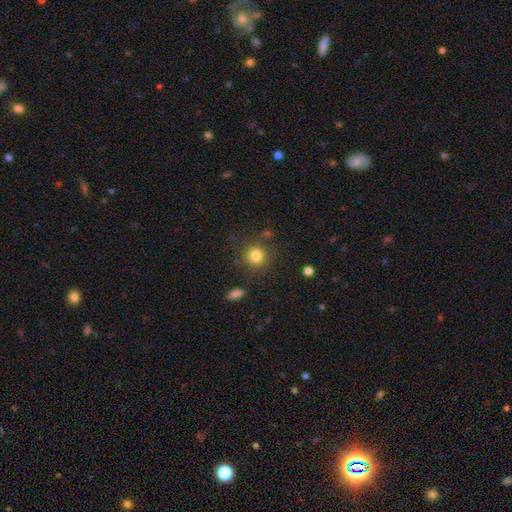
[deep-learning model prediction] Smooth or featured?
  - smooth: 82% *
  - star or artifact: 12%
  - featured or disk: 7%
How rounded?
  - round: 92% *
  - in between: 7%
  - cigar-shaped: 1%
Merging?
  - none: 83% *
  - minor disturbance: 10%
  - major disturbance: 4%
  - merger: 4%